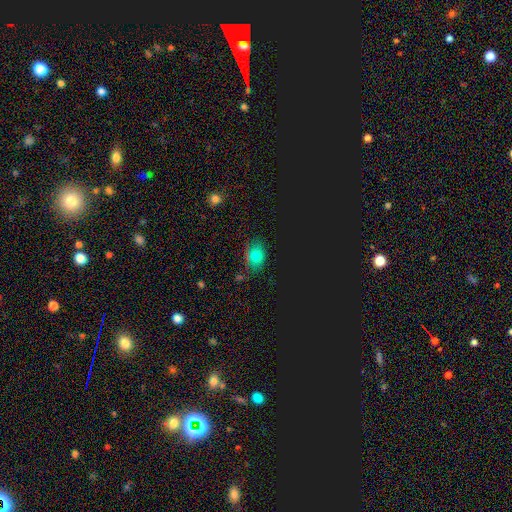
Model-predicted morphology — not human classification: Q: Smooth or featured?
A: smooth (58%); runner-up: star or artifact (33%)
Q: How rounded?
A: in between (57%); runner-up: round (40%)
Q: Merging?
A: none (70%); runner-up: minor disturbance (18%)